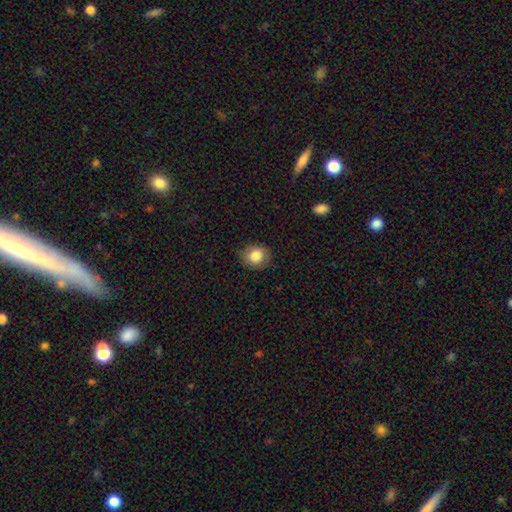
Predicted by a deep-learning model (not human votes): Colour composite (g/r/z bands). It shows a smooth galaxy with no disk features (82%) that is round (72%). Merging: none (82%).